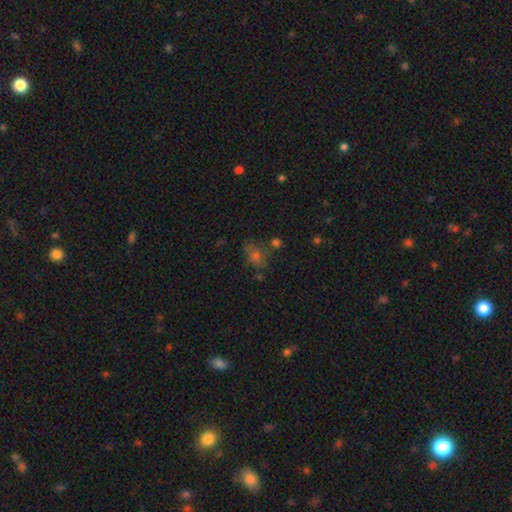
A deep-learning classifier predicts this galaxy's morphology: This appears to be a smooth galaxy with no disk features (58%) that is in between round and cigar-shaped (64%). Merging: none (59%).